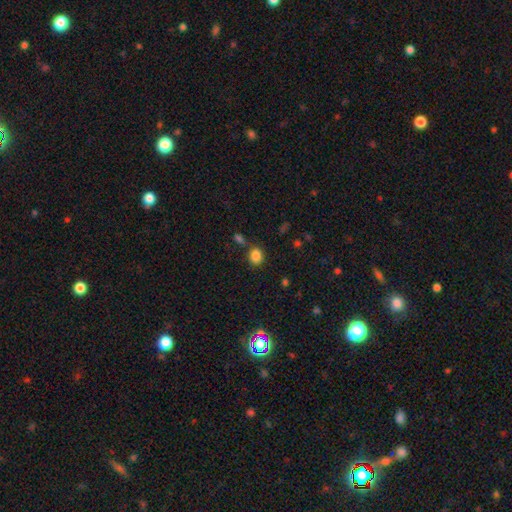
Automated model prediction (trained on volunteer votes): smooth_or_featured: smooth (p=0.85) [alt: star or artifact p=0.11]
how_rounded: round (p=0.60) [alt: in between p=0.39]
merging: none (p=0.76) [alt: minor disturbance p=0.12]